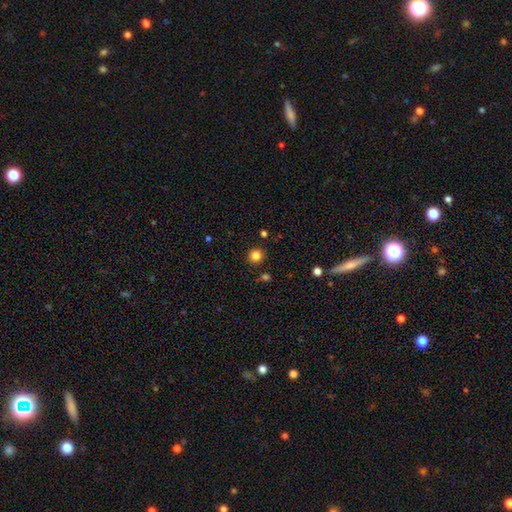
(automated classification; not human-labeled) The model was most divided on "smooth or featured": smooth: 83%, star or artifact: 13%, featured or disk: 5%. More confident: how rounded — round (92%); merging — none (89%).